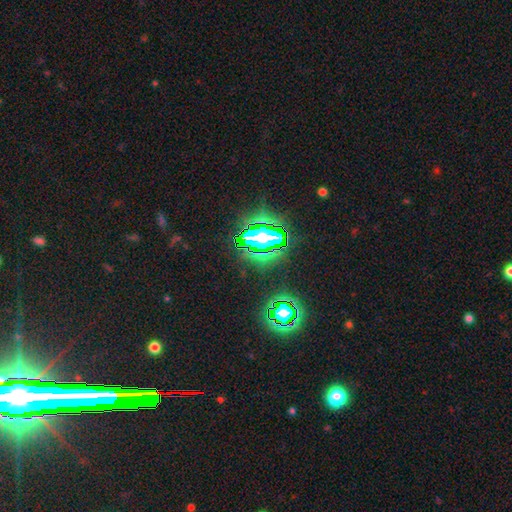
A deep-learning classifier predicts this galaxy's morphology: star or artifact 80%, smooth 11%, featured or disk 9%.